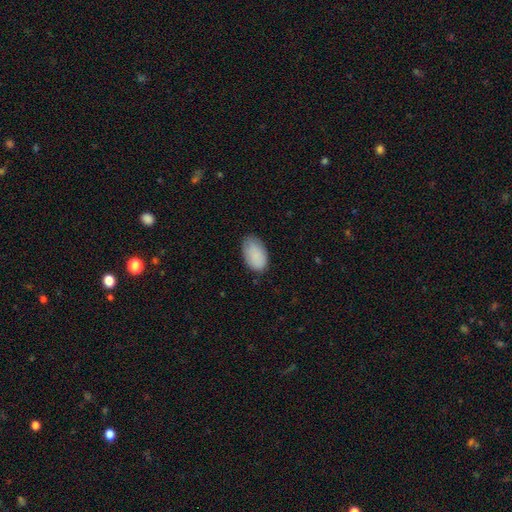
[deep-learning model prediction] A smooth galaxy with no disk features (88%) that is in between round and cigar-shaped (94%). Merging: none (76%).